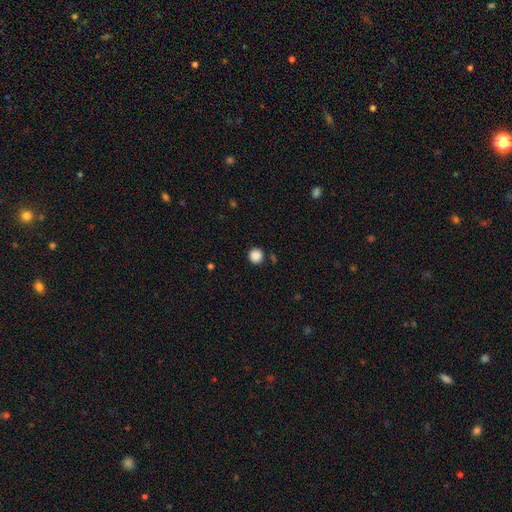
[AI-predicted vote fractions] This appears to be a smooth galaxy with no disk features (87%) that is round (94%). Merging: none (89%).